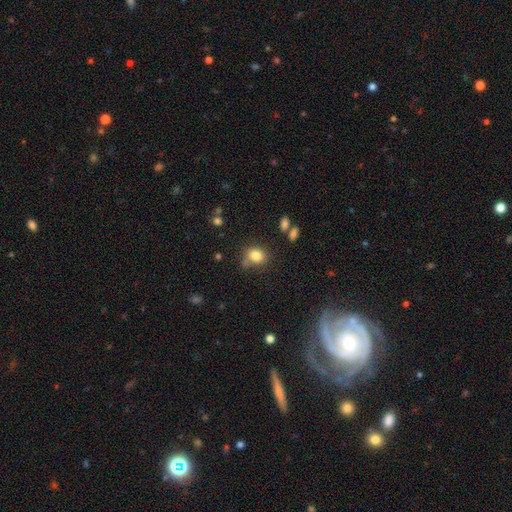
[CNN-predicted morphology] Overall: smooth (82%). How rounded: round (51%; in between 47%). Merging: none (67%).